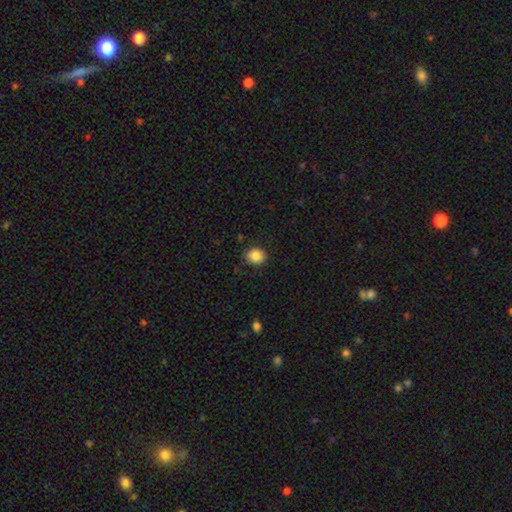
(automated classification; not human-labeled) A smooth galaxy with no disk features (85%) that is round (67%). Merging: none (87%).